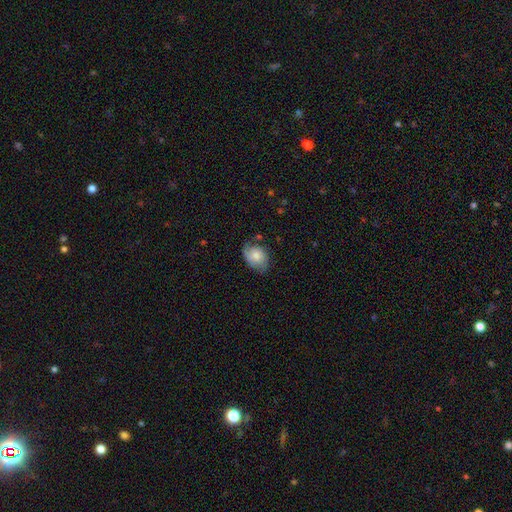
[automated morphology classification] Smooth or featured? smooth (51%)
How rounded? in between (71%)
Merging? none (57%)